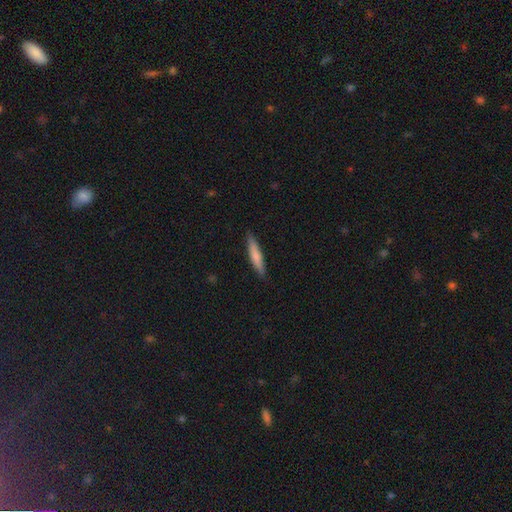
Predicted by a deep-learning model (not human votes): Smooth or featured? smooth (71%)
How rounded? cigar-shaped (90%)
Merging? none (89%)